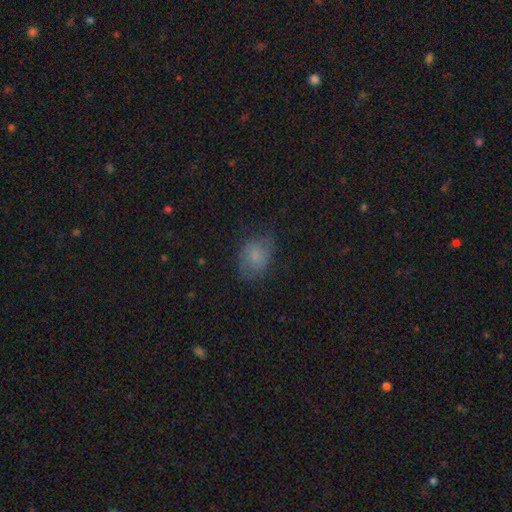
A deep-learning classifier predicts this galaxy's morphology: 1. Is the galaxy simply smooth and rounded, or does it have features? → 72% smooth, 17% featured or disk, 10% star or artifact.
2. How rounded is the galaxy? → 64% in between, 35% round, 1% cigar-shaped.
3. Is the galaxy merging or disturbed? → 66% none, 24% minor disturbance, 9% major disturbance, 1% merger.